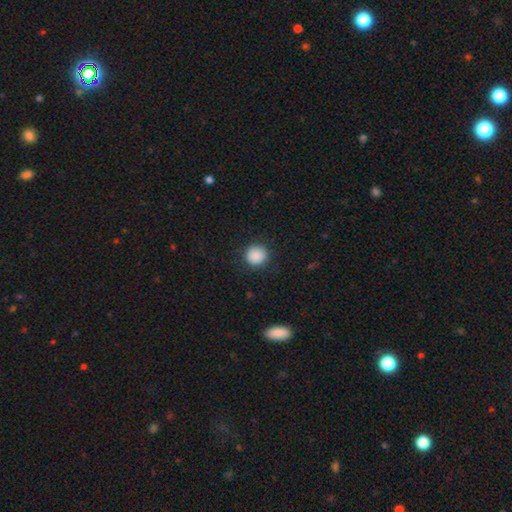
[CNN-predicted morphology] smooth-or-featured: smooth: 89% | star or artifact: 9% | featured or disk: 3%
  how-rounded: round: 93% | in between: 6% | cigar-shaped: 1%
  merging: none: 89% | minor disturbance: 7% | major disturbance: 3% | merger: 1%